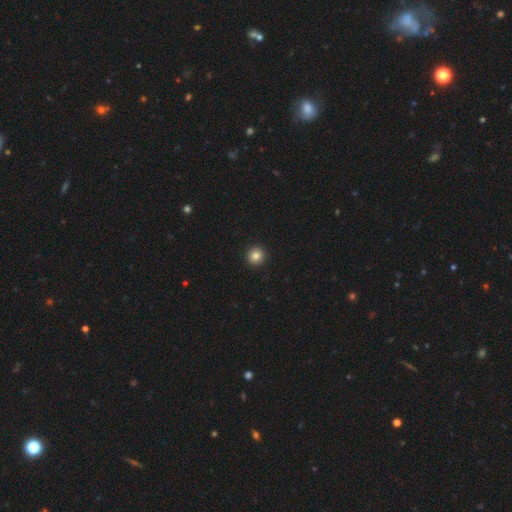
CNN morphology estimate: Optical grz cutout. It shows a smooth galaxy with no disk features (84%) that is round (92%). Merging: none (94%).